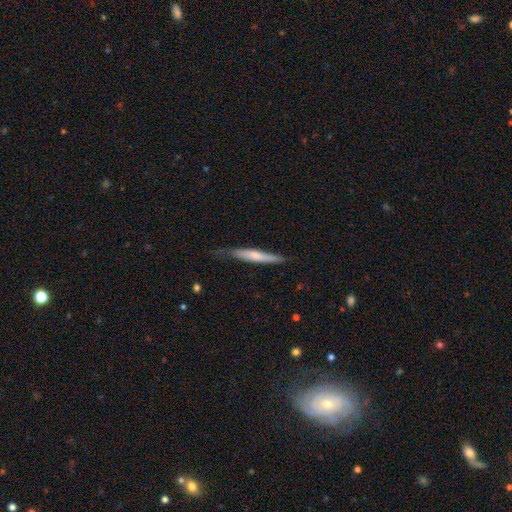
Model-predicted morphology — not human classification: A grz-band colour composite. It shows a smooth galaxy with no disk features (55%) that is cigar-shaped (92%). Merging: none (65%).